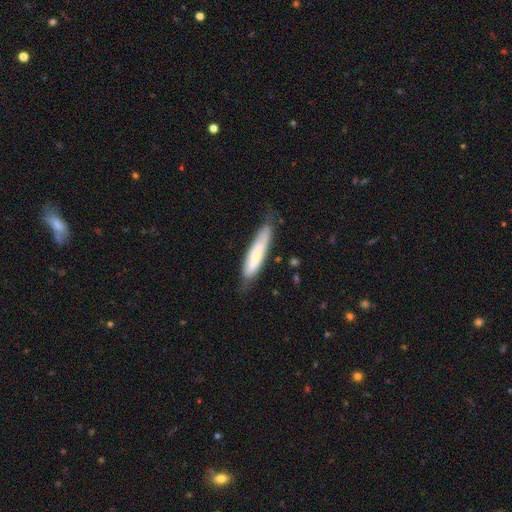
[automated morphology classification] smooth 63%, featured or disk 32%, star or artifact 6%. Down the decision tree: how rounded — cigar-shaped (79%); merging — none (66%).